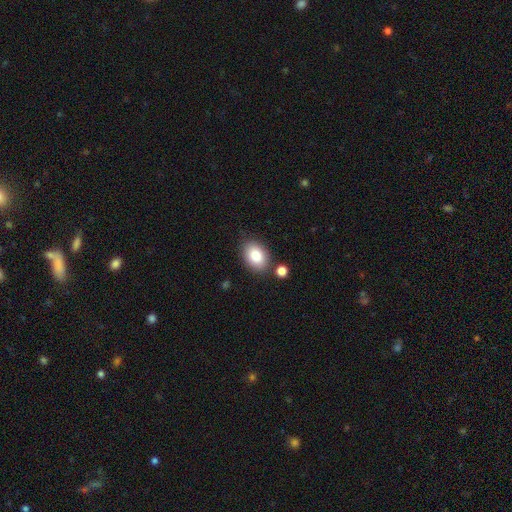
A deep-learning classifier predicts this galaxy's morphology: A smooth galaxy with no disk features (84%) that is in between round and cigar-shaped (84%). Merging: none (79%).